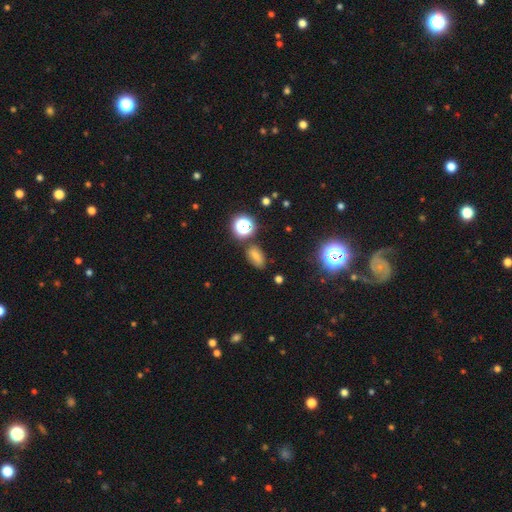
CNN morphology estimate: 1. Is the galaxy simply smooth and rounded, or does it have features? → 68% smooth, 22% star or artifact, 9% featured or disk.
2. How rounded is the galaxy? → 83% in between, 14% round, 3% cigar-shaped.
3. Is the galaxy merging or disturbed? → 75% none, 16% minor disturbance, 5% merger, 4% major disturbance.